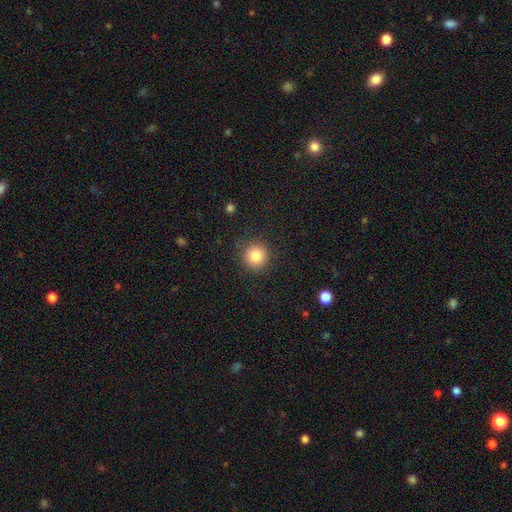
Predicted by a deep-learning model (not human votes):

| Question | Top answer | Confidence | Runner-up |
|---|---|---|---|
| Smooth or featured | smooth | 83% | star or artifact (11%) |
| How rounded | round | 94% | in between (5%) |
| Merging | none | 89% | minor disturbance (8%) |